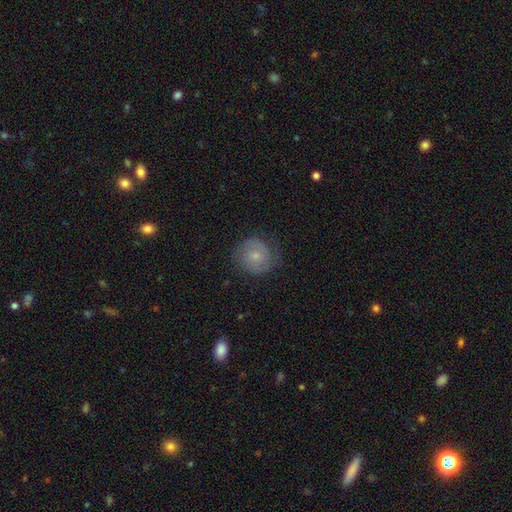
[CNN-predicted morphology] A featured or disk galaxy (51%). Merging: none (76%).